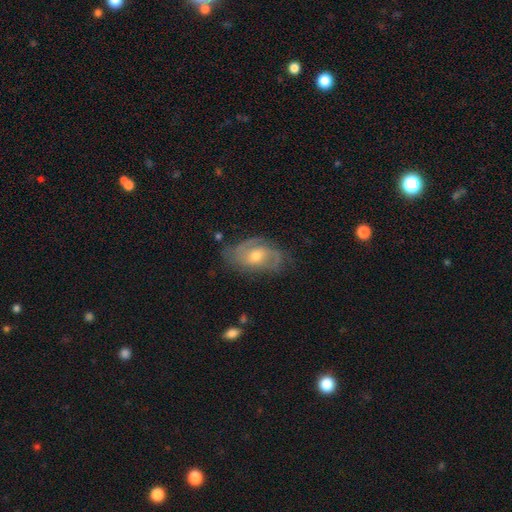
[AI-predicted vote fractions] A featured or disk galaxy (76%) with no bar (59%), 2 (55%) medium (44%) spiral arms (90%) and a moderate central bulge (64%). Merging: none (66%).